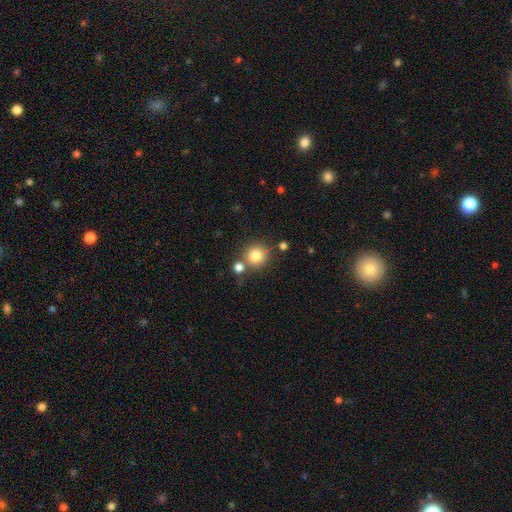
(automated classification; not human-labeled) Smooth or featured?
  - smooth: 80% *
  - star or artifact: 12%
  - featured or disk: 8%
How rounded?
  - round: 92% *
  - in between: 7%
  - cigar-shaped: 1%
Merging?
  - none: 72% *
  - merger: 16%
  - minor disturbance: 9%
  - major disturbance: 3%